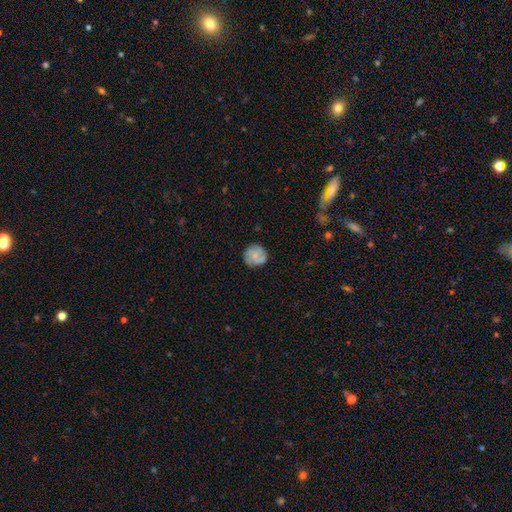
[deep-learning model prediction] Smooth or featured? Predicted: smooth (p=0.64). How rounded? Predicted: round (p=0.89). Merging? Predicted: none (p=0.76).